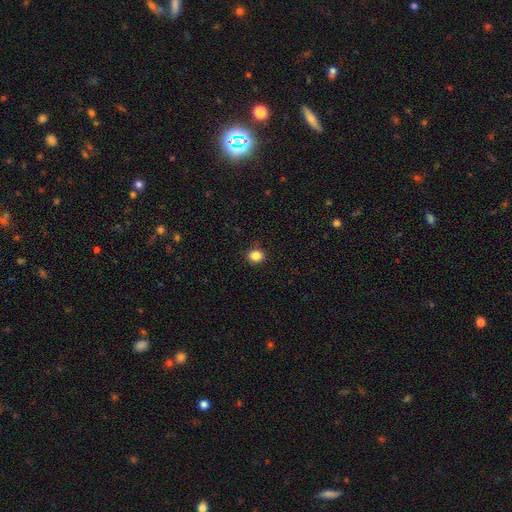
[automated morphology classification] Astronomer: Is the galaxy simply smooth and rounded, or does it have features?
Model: smooth — 85%.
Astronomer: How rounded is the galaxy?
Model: round — 74%.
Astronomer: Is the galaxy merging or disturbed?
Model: none — 89%.